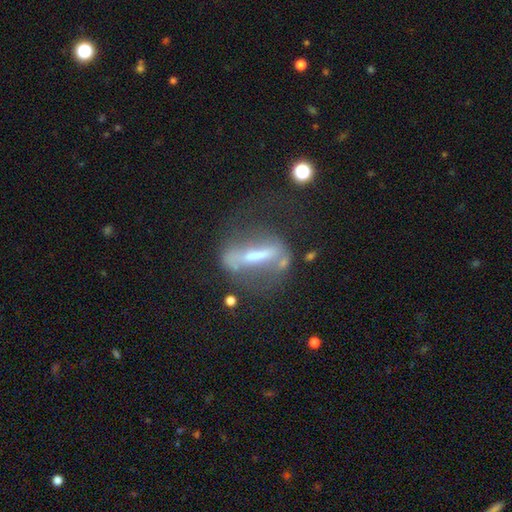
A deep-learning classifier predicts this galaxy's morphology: Smooth or featured: featured or disk — 63% (smooth — 26%)
Edge-on disk: no — 66% (yes — 34%)
Merging: none — 42% (major disturbance — 30%)